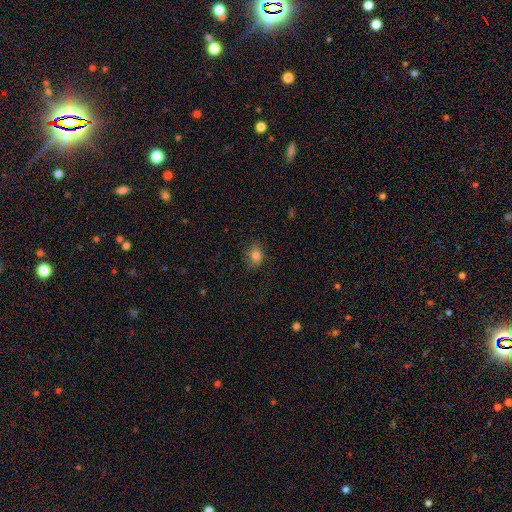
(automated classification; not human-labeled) A smooth galaxy with no disk features (80%) that is in between round and cigar-shaped (57%). Merging: none (73%).